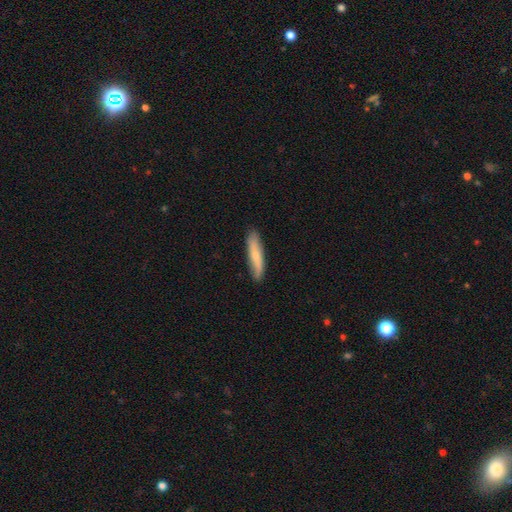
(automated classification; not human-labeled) A smooth galaxy with no disk features (64%) that is cigar-shaped (81%). Merging: none (84%).